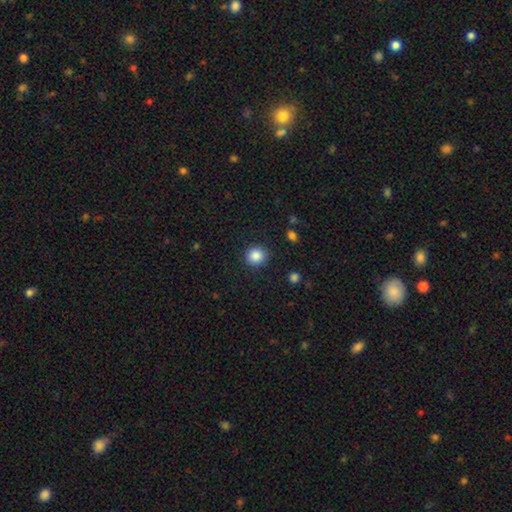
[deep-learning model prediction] Smooth or featured: smooth — 87% (star or artifact — 9%)
How rounded: round — 87% (in between — 12%)
Merging: none — 90% (minor disturbance — 7%)